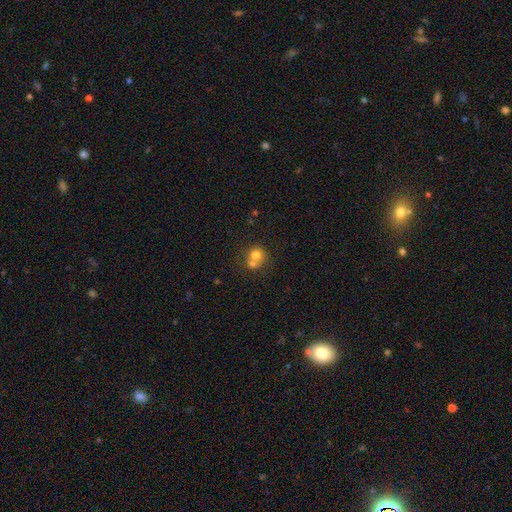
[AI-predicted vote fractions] This appears to be a smooth galaxy with no disk features (72%) that is round (85%). Merging: merger (53%).